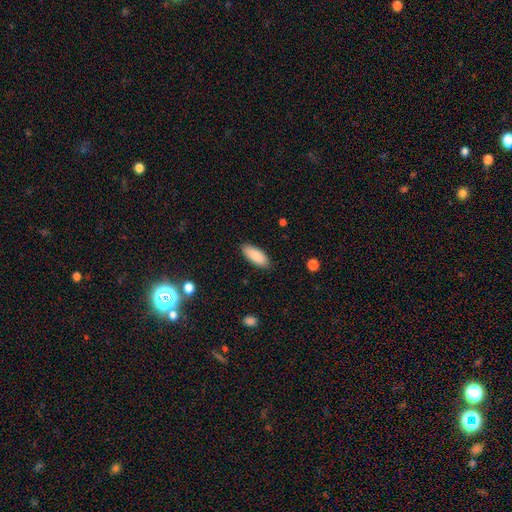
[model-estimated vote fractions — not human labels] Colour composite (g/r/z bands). It shows a smooth galaxy with no disk features (88%) that is in between round and cigar-shaped (78%). Merging: none (88%).